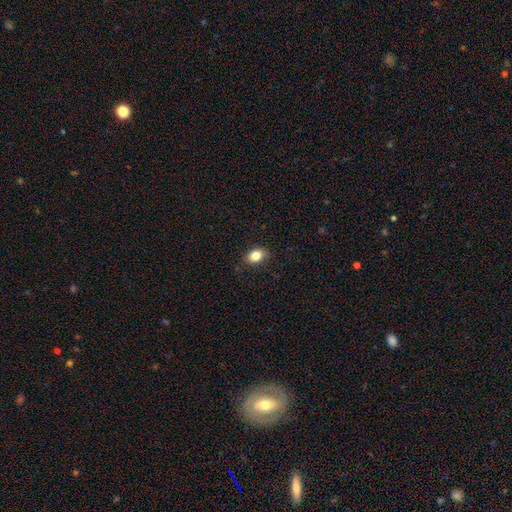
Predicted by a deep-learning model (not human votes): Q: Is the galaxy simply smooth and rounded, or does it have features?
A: smooth — 84%.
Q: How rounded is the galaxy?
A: in between — 75%.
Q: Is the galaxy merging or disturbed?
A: none — 85%.